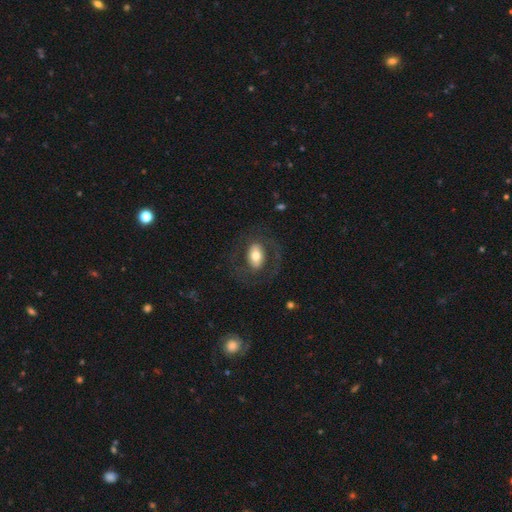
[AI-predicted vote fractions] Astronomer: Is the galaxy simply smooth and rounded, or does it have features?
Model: smooth — 48% (runner-up: featured or disk, 45%).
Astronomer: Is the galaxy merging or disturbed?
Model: none — 69%.